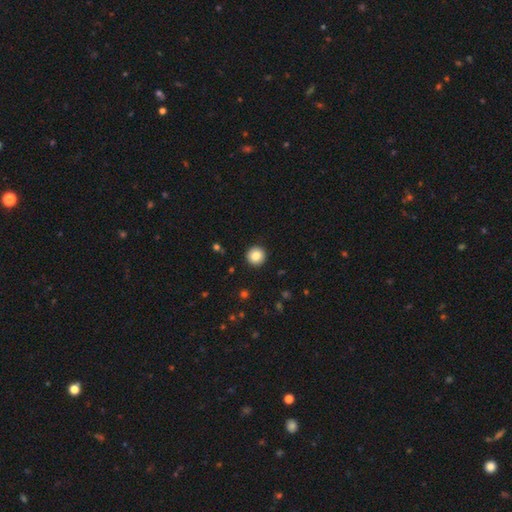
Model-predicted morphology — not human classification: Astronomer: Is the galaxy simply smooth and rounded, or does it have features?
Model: smooth — 85%.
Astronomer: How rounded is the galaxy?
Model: round — 96%.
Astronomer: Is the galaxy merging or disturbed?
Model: none — 93%.